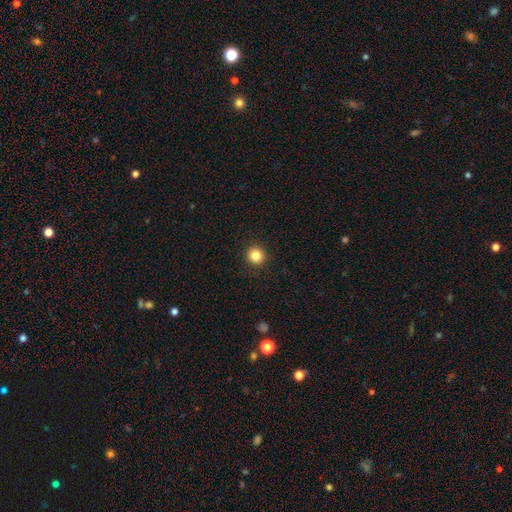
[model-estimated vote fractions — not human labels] smooth 84%, star or artifact 11%, featured or disk 5%. Down the decision tree: how rounded — round (95%); merging — none (93%).